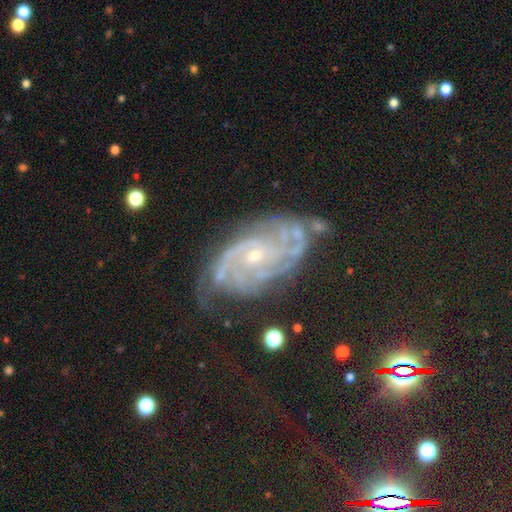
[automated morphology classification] Overall: featured or disk (81%). Edge-on disk: no (96%). Bar: no (68%). Spiral arms: yes (97%). Spiral arm count: 2 (27%; can't tell 26%). Spiral winding: tight (61%; medium 31%). Bulge size: small (72%). Merging: none (65%).